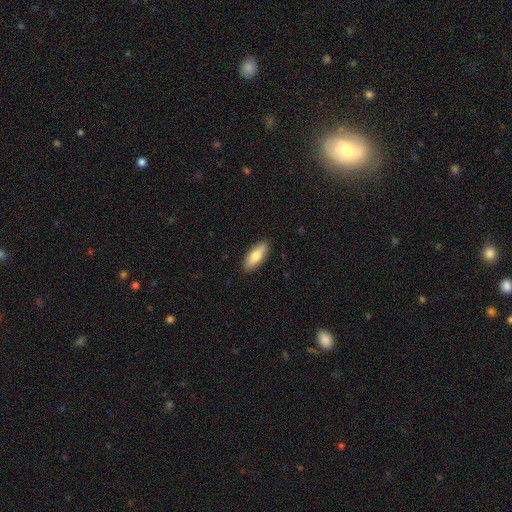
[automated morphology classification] A smooth galaxy with no disk features (74%) that is in between round and cigar-shaped (67%). Merging: none (90%).